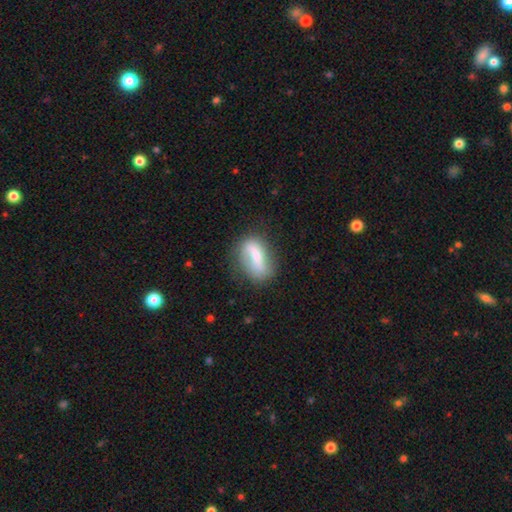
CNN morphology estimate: Smooth or featured: smooth — 54% (featured or disk — 38%)
How rounded: in between — 72% (cigar-shaped — 15%)
Merging: none — 64% (minor disturbance — 23%)